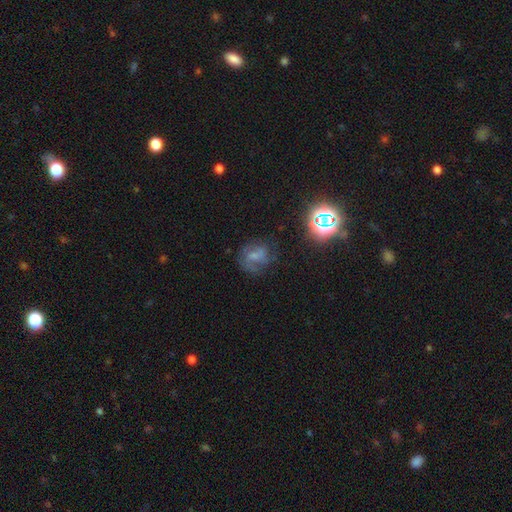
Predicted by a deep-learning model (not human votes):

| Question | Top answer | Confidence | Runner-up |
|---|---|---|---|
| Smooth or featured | featured or disk | 46% | smooth (33%) |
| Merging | none | 56% | minor disturbance (22%) |